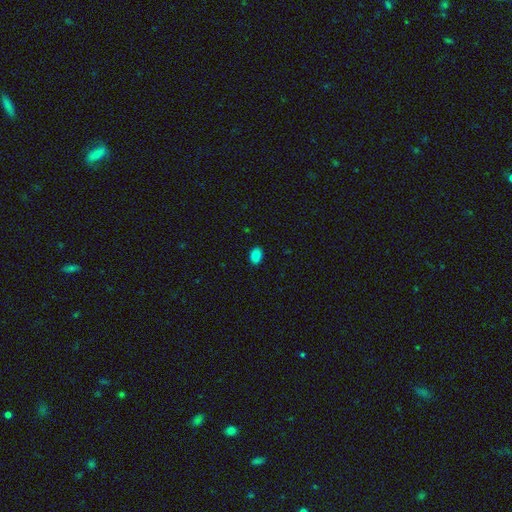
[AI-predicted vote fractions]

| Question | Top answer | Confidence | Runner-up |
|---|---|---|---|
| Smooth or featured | smooth | 87% | star or artifact (10%) |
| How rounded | in between | 80% | round (19%) |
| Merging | none | 88% | minor disturbance (9%) |